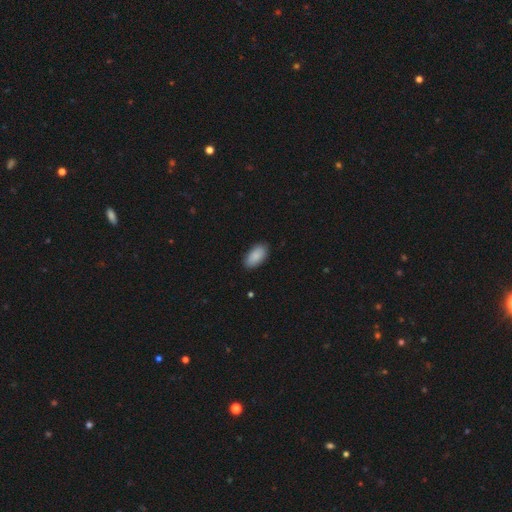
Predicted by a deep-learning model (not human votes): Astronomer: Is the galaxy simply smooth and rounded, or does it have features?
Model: smooth — 88%.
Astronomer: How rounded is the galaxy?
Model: in between — 95%.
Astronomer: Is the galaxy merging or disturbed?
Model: none — 86%.